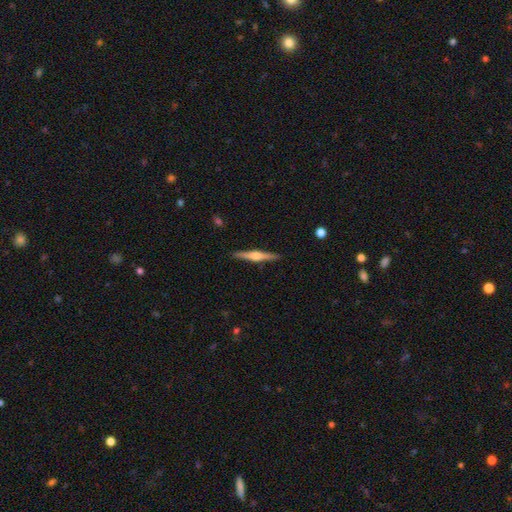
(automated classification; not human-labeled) This is likely a featured or disk galaxy (73%). It is clearly viewed edge-on (98%). Edge-on bulge: clearly rounded (88%). Merging: clearly none (92%).